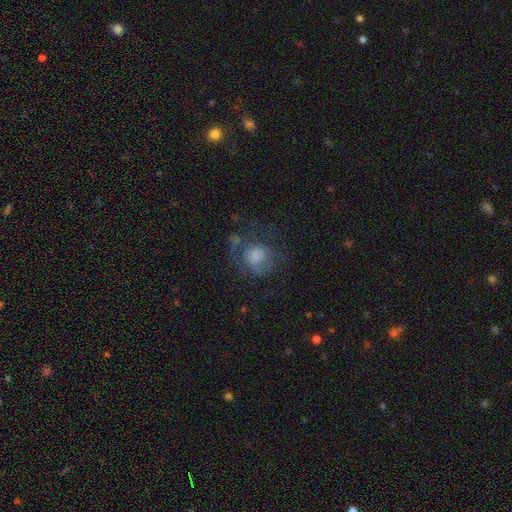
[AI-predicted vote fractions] smooth_or_featured: featured or disk (p=0.47) [alt: smooth p=0.40]
merging: none (p=0.45) [alt: major disturbance p=0.31]